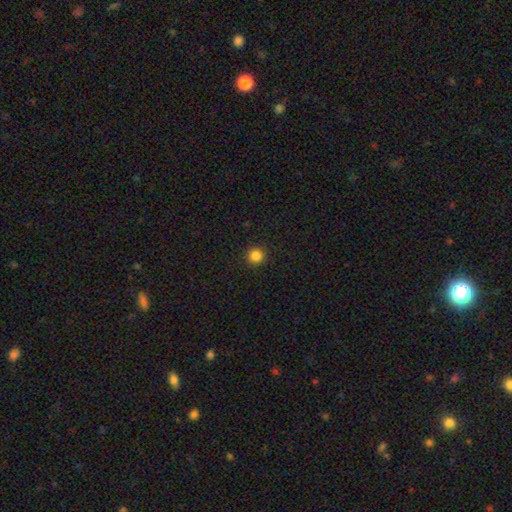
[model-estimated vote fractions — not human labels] Morphology: type=smooth (85%); roundness=round (96%); merging=none (93%).